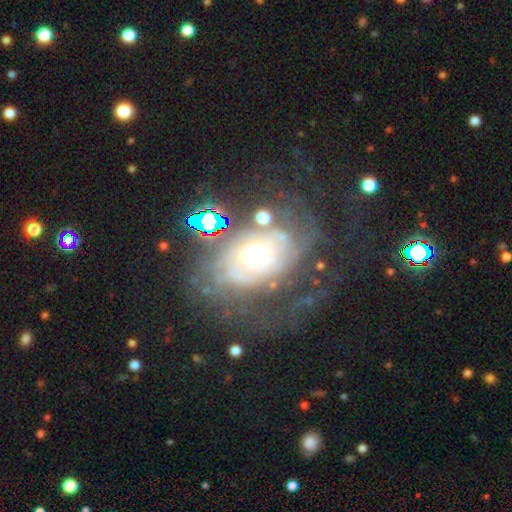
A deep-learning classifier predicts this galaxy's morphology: A featured or disk galaxy (75%) with no bar (75%), tight (54%) spiral arms (80%) and a moderate central bulge (47%).

Vote fractions:
- Smooth or featured? featured or disk: 75% / smooth: 14% / star or artifact: 11%
- Edge-on disk? no: 95% / yes: 5%
- Bar? no: 75% / weak: 19% / strong: 5%
- Spiral arms? yes: 80% / no: 20%
- Spiral winding? tight: 54% / medium: 30% / loose: 15%
- Spiral arm count? can't tell: 55% / 2: 18% / 3: 9% / 4: 7% / 1: 6% / more than 4: 6%
- Bulge size? moderate: 47% / small: 29% / large: 17% / none: 4% / dominant: 3%
- Merging? none: 49% / major disturbance: 26% / minor disturbance: 20% / merger: 5%